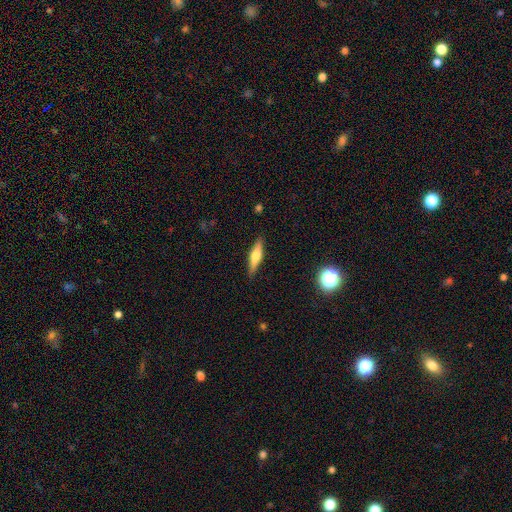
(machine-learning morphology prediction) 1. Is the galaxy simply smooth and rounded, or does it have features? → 47% smooth, 46% featured or disk, 7% star or artifact.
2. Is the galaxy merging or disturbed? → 88% none, 9% minor disturbance, 2% major disturbance, 1% merger.